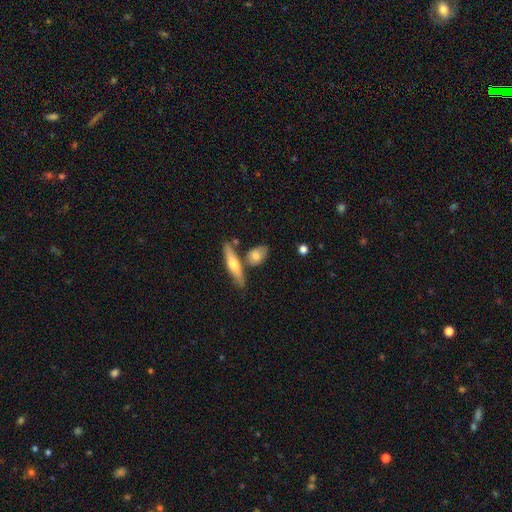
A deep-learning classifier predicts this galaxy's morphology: A smooth galaxy with no disk features (67%) that is in between round and cigar-shaped (67%).

Vote fractions:
- Smooth or featured? smooth: 67% / featured or disk: 27% / star or artifact: 6%
- How rounded? in between: 67% / cigar-shaped: 19% / round: 14%
- Merging? none: 63% / merger: 18% / minor disturbance: 15% / major disturbance: 4%